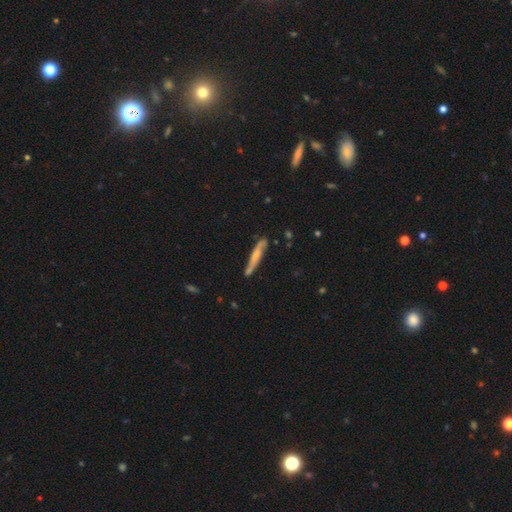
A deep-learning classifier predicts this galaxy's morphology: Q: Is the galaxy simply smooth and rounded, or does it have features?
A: featured or disk — 49%.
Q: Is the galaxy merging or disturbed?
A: none — 71%.